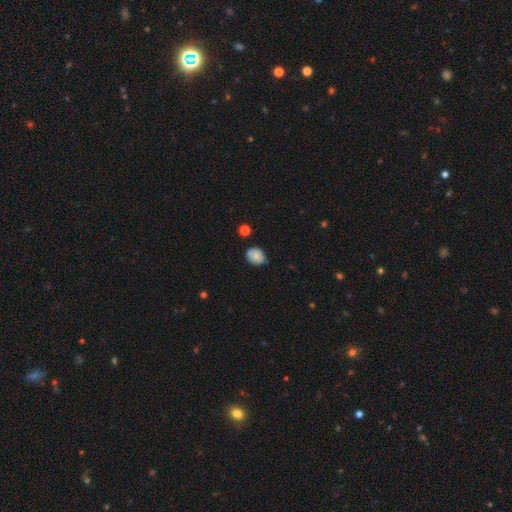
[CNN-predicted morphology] smooth_or_featured: smooth (p=0.78) [alt: featured or disk p=0.13]
how_rounded: round (p=0.55) [alt: in between p=0.44]
merging: none (p=0.68) [alt: minor disturbance p=0.26]